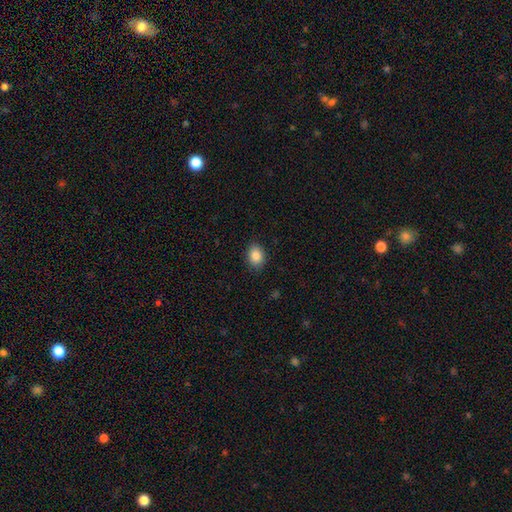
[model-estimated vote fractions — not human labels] Q: Smooth or featured?
A: smooth (86%); runner-up: star or artifact (8%)
Q: How rounded?
A: in between (67%); runner-up: round (32%)
Q: Merging?
A: none (87%); runner-up: minor disturbance (9%)